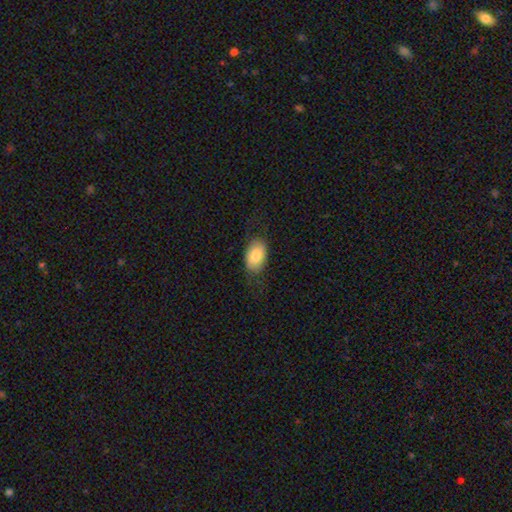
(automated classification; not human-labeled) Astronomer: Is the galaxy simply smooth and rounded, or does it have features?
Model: smooth — 82%.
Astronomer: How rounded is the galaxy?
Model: in between — 91%.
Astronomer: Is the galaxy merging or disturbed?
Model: none — 72%.